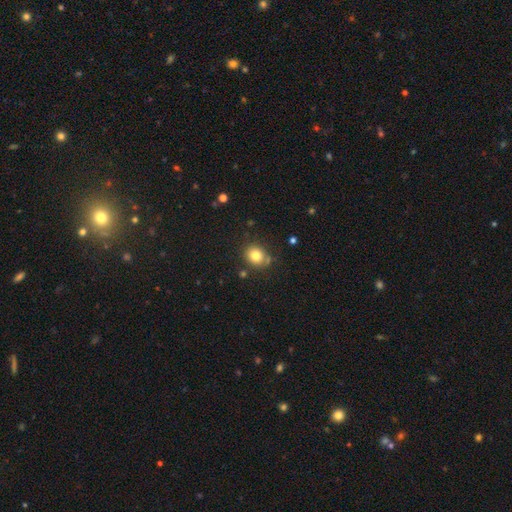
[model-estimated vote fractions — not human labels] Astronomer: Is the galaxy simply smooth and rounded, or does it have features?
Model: smooth — 80%.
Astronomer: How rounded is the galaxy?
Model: round — 74%.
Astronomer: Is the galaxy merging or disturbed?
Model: none — 78%.